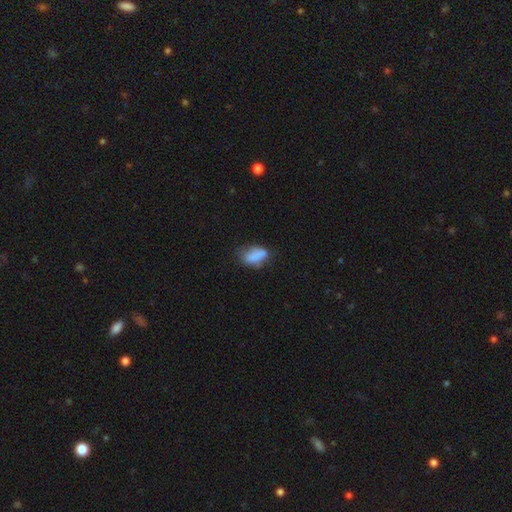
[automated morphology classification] A smooth galaxy with no disk features (77%) that is in between round and cigar-shaped (87%). Merging: none (49%).